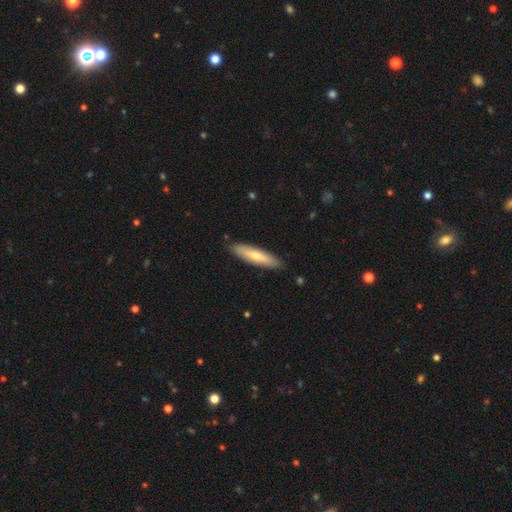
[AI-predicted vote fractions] The model was most divided on "smooth or featured": smooth: 57%, featured or disk: 37%, star or artifact: 6%. More confident: merging — none (88%); how rounded — cigar-shaped (76%).